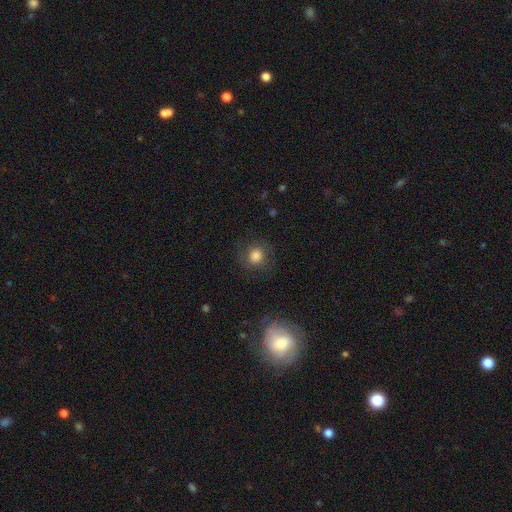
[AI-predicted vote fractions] Smooth or featured?
  - smooth: 77% *
  - star or artifact: 12%
  - featured or disk: 12%
How rounded?
  - round: 88% *
  - in between: 11%
  - cigar-shaped: 1%
Merging?
  - none: 79% *
  - minor disturbance: 13%
  - major disturbance: 7%
  - merger: 1%